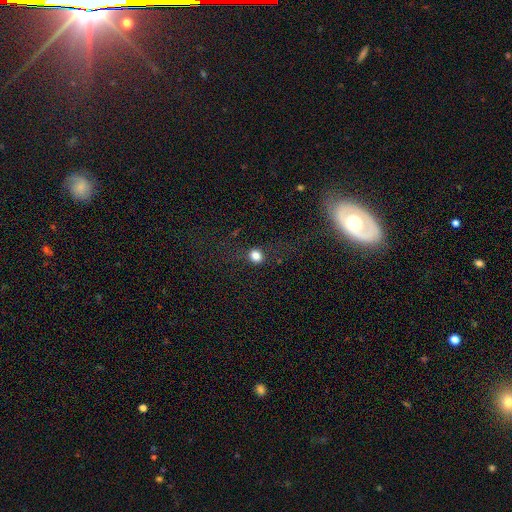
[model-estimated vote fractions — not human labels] Smooth or featured: smooth — 81% (star or artifact — 13%)
How rounded: round — 76% (in between — 23%)
Merging: none — 81% (minor disturbance — 11%)